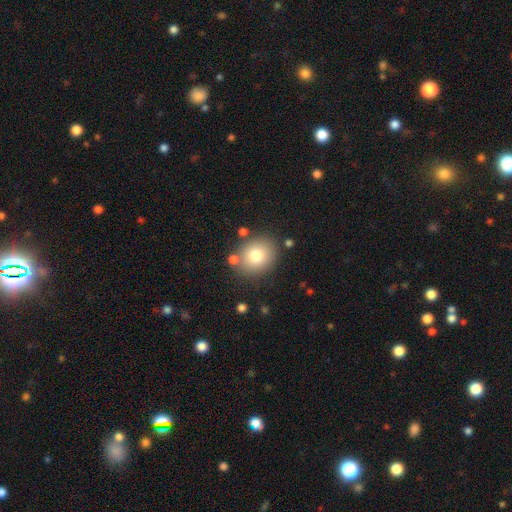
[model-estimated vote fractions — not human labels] smooth_or_featured: smooth (p=0.77) [alt: featured or disk p=0.12]
how_rounded: round (p=0.71) [alt: in between p=0.28]
merging: none (p=0.79) [alt: minor disturbance p=0.11]